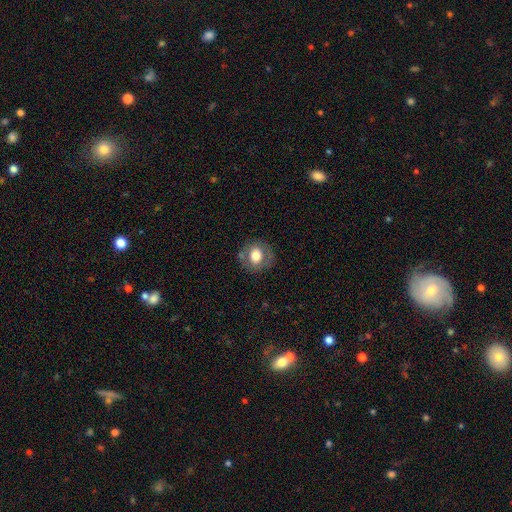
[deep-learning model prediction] This is likely a smooth galaxy (66%). How rounded: likely round (79%). Merging: likely none (76%).